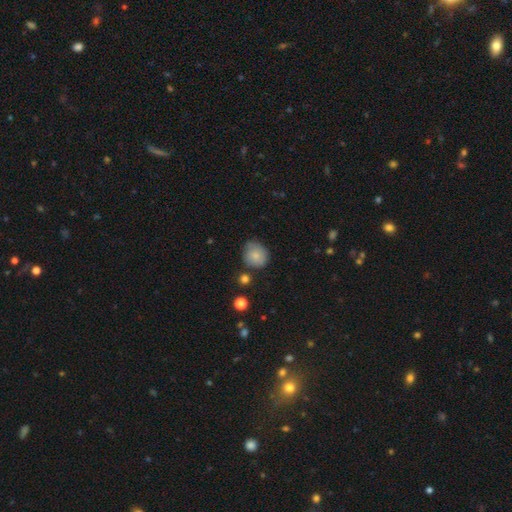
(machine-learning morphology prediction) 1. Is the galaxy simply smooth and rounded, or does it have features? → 80% smooth, 11% featured or disk, 9% star or artifact.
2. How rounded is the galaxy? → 83% round, 16% in between, 1% cigar-shaped.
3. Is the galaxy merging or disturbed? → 68% none, 23% minor disturbance, 5% major disturbance, 4% merger.